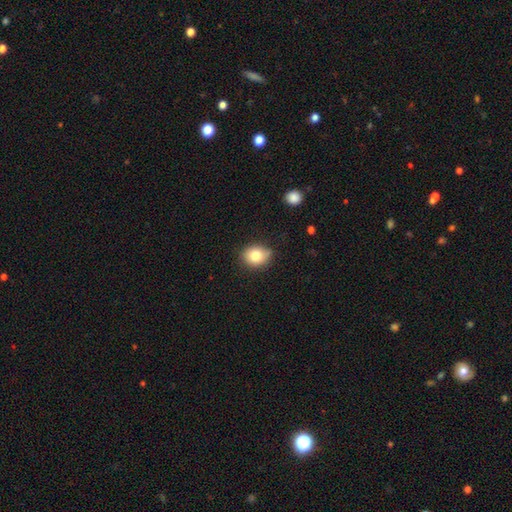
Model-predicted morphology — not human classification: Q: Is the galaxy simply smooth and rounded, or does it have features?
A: smooth — 81%.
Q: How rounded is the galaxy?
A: round — 54%.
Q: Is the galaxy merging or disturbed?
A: none — 77%.